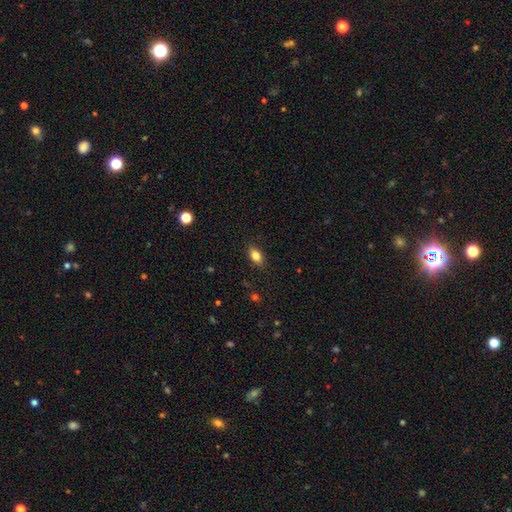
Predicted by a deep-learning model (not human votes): Smooth or featured? Predicted: smooth (p=0.83). How rounded? Predicted: in between (p=0.87). Merging? Predicted: none (p=0.87).